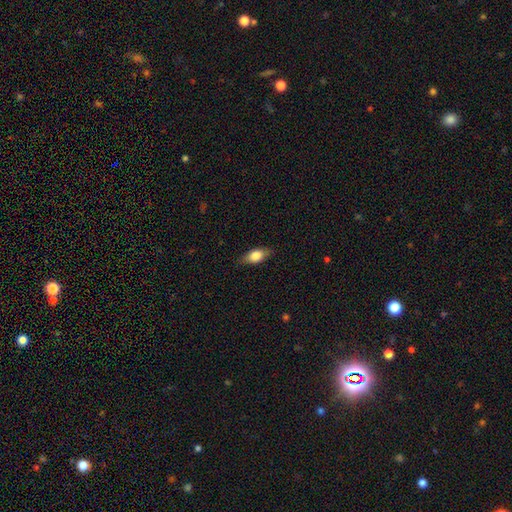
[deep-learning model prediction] Smooth or featured?
  - smooth: 74% *
  - featured or disk: 19%
  - star or artifact: 7%
How rounded?
  - in between: 81% *
  - cigar-shaped: 11%
  - round: 7%
Merging?
  - none: 82% *
  - minor disturbance: 14%
  - major disturbance: 3%
  - merger: 1%